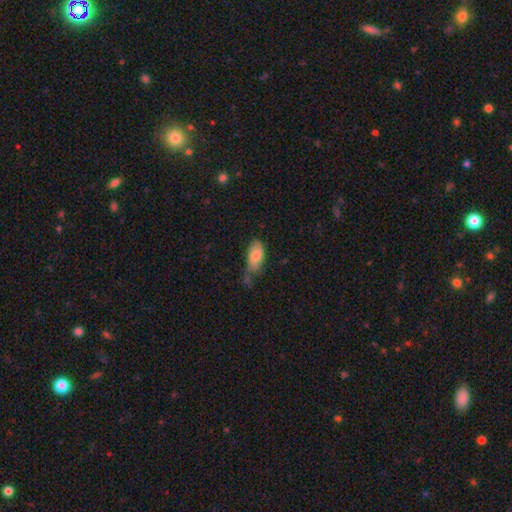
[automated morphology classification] Overall: smooth (78%). How rounded: in between (89%). Merging: none (40%; minor disturbance 37%).